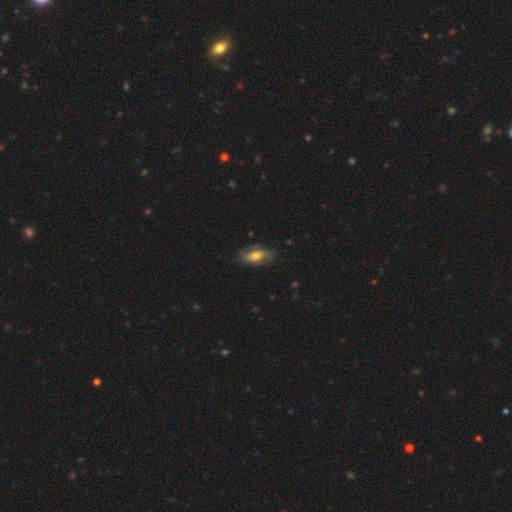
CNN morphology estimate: A featured or disk galaxy (50%).

Vote fractions:
- Smooth or featured? featured or disk: 50% / smooth: 42% / star or artifact: 7%
- Edge-on disk? no: 86% / yes: 14%
- Merging? none: 68% / minor disturbance: 22% / major disturbance: 9% / merger: 1%